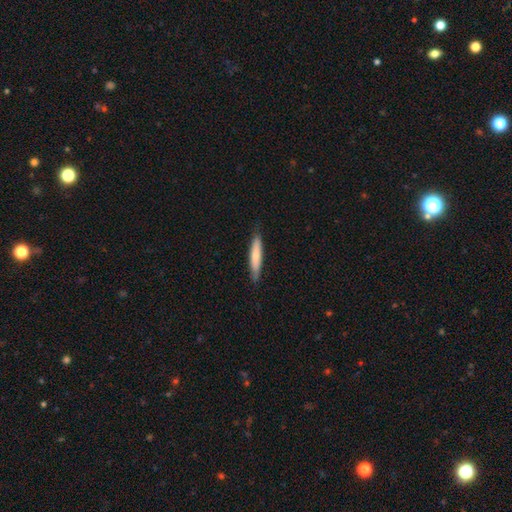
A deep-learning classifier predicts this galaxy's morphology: Q: Smooth or featured?
A: smooth (71%); runner-up: featured or disk (24%)
Q: How rounded?
A: cigar-shaped (89%); runner-up: in between (10%)
Q: Merging?
A: none (84%); runner-up: minor disturbance (13%)